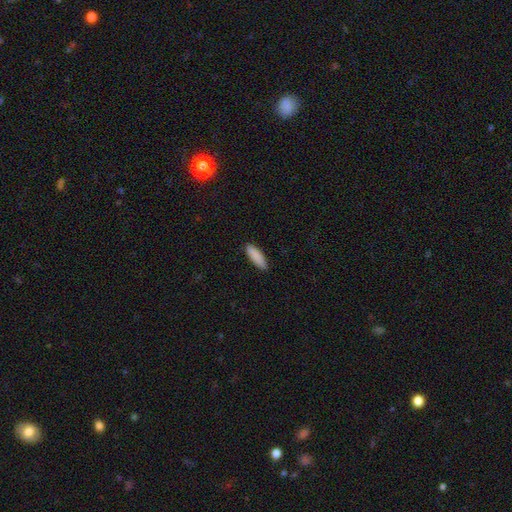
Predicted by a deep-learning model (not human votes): Smooth or featured? smooth (89%)
How rounded? cigar-shaped (52%)
Merging? none (87%)